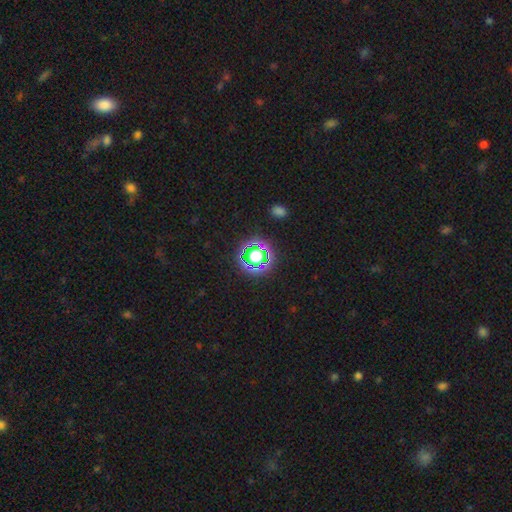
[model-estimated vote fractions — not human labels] A star or artifact, not a galaxy (54%).